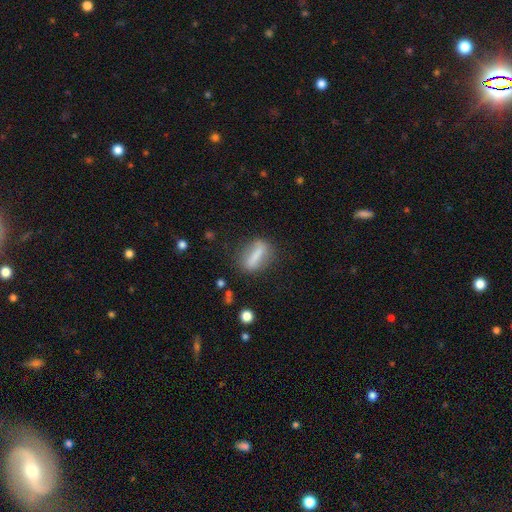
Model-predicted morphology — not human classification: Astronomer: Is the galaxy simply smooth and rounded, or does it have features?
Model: smooth — 64%.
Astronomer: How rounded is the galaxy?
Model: cigar-shaped — 49% (runner-up: in between, 43%).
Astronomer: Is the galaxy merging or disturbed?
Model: none — 75%.